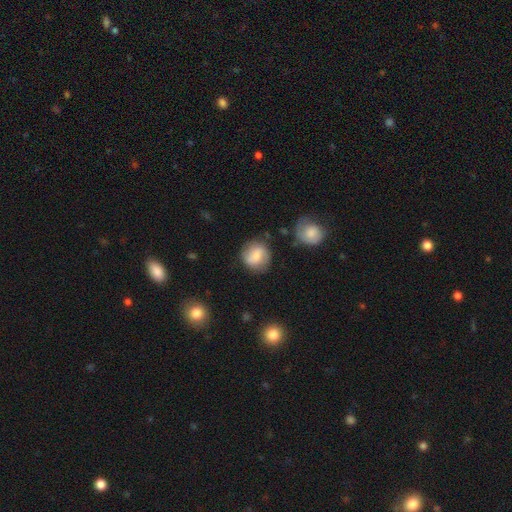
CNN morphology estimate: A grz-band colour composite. It shows a smooth galaxy with no disk features (62%) that is round (86%). Merging: none (78%).